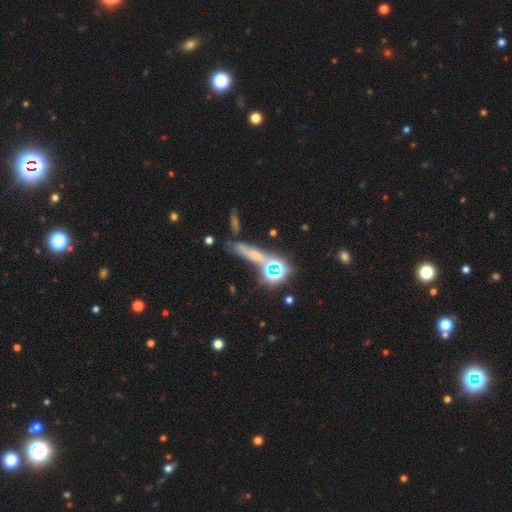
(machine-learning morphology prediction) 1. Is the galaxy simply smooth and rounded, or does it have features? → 40% star or artifact, 39% smooth, 22% featured or disk.